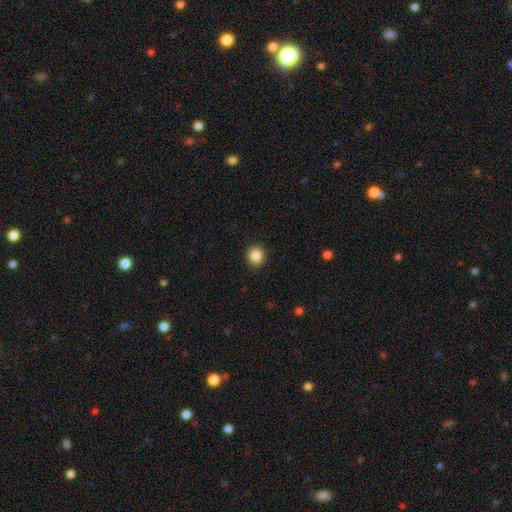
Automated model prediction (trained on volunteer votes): smooth 86%, star or artifact 10%, featured or disk 4%. Down the decision tree: how rounded — round (89%); merging — none (92%).